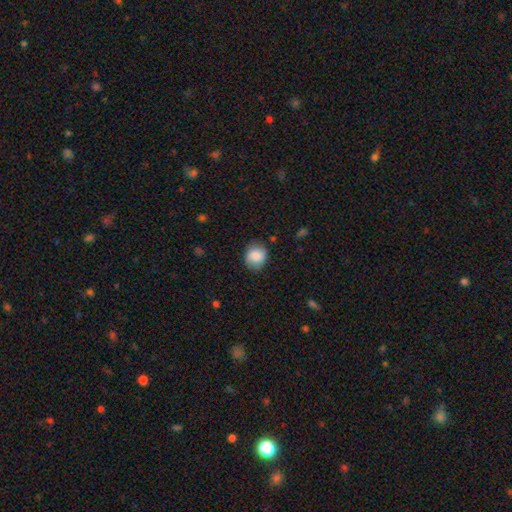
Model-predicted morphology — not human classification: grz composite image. It shows a smooth galaxy with no disk features (83%) that is round (72%). Merging: none (80%).